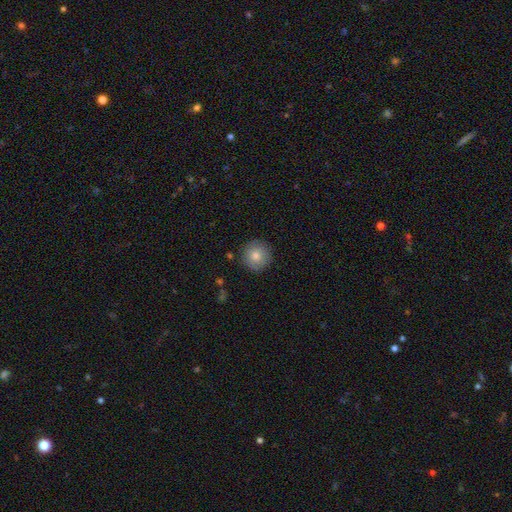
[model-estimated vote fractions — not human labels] Morphology: type=smooth (80%); roundness=round (95%); merging=none (90%).